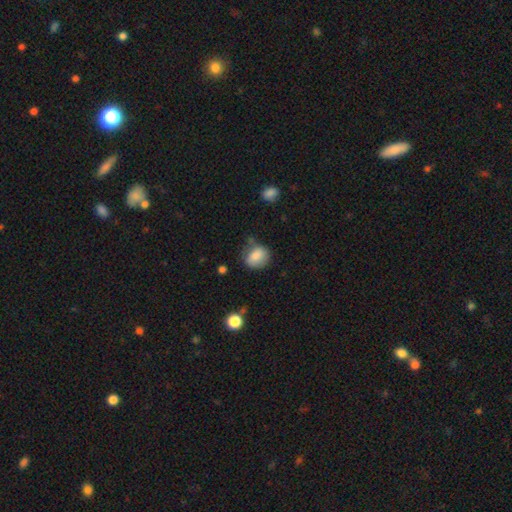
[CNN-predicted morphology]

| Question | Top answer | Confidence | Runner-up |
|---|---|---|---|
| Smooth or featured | smooth | 80% | featured or disk (11%) |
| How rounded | round | 55% | in between (44%) |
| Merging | none | 61% | minor disturbance (26%) |